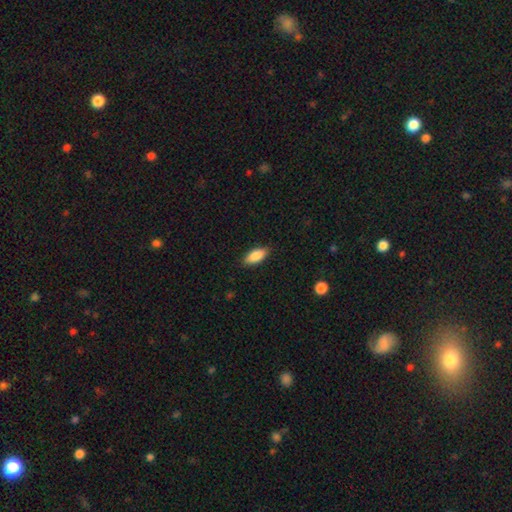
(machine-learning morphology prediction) A smooth galaxy with no disk features (86%) that is in between round and cigar-shaped (85%). Merging: none (87%).